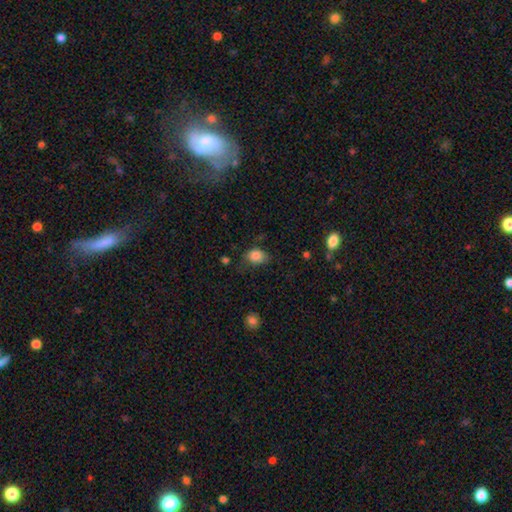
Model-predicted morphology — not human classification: smooth-or-featured: smooth: 84% | star or artifact: 9% | featured or disk: 7%
  how-rounded: in between: 67% | round: 32% | cigar-shaped: 1%
  merging: none: 53% | minor disturbance: 33% | major disturbance: 12% | merger: 2%